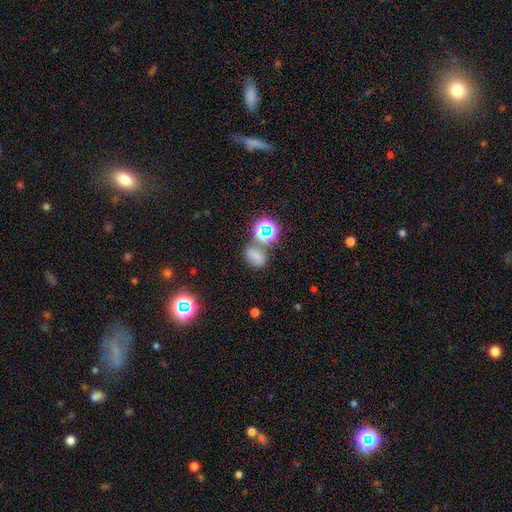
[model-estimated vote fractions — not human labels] Smooth or featured? Predicted: smooth (p=0.62). How rounded? Predicted: in between (p=0.63). Merging? Predicted: none (p=0.58).